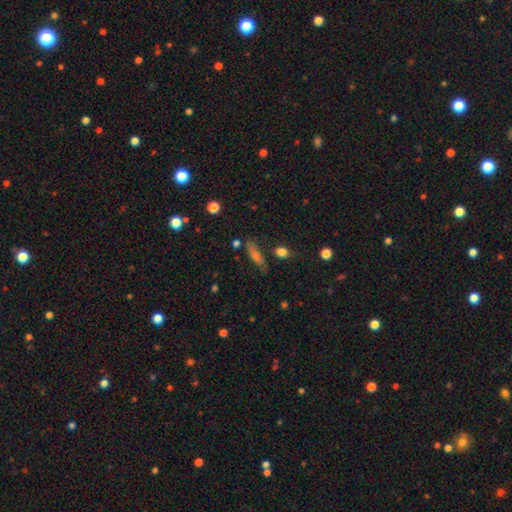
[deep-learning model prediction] Smooth or featured?
  - smooth: 50% *
  - featured or disk: 36%
  - star or artifact: 14%
Merging?
  - none: 76% *
  - minor disturbance: 15%
  - major disturbance: 5%
  - merger: 5%